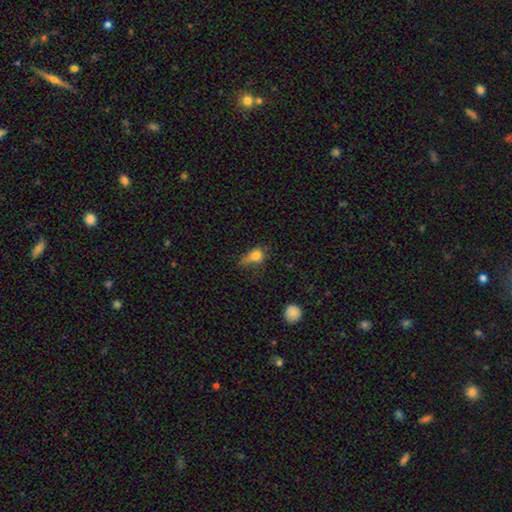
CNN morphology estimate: type=smooth (76%); roundness=round (50%); merging=minor disturbance (34%).